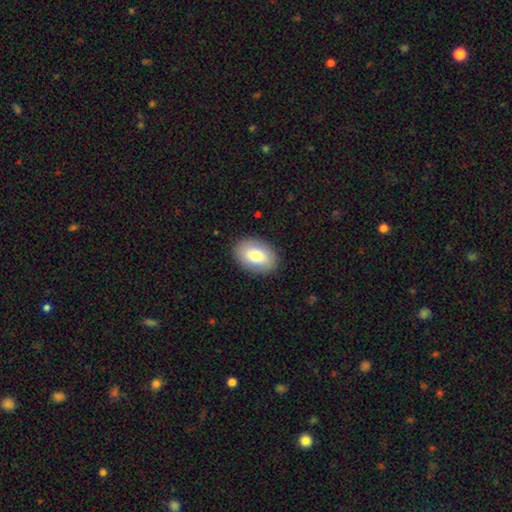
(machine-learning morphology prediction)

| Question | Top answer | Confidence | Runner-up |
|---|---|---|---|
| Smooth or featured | smooth | 78% | featured or disk (16%) |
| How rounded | in between | 86% | round (13%) |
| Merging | none | 88% | minor disturbance (8%) |